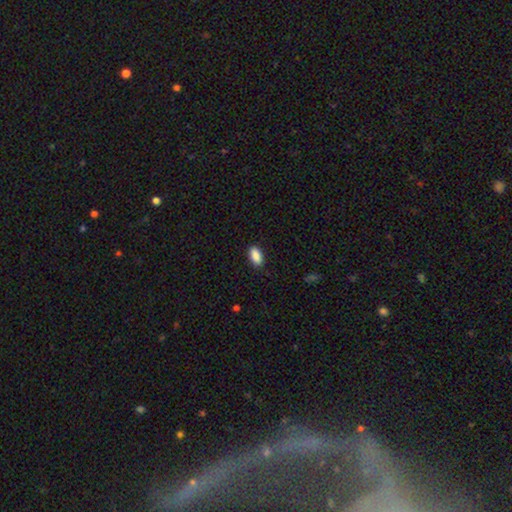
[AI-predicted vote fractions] Smooth or featured?
  - smooth: 89% *
  - star or artifact: 7%
  - featured or disk: 4%
How rounded?
  - in between: 92% *
  - cigar-shaped: 5%
  - round: 3%
Merging?
  - none: 89% *
  - minor disturbance: 8%
  - major disturbance: 2%
  - merger: 1%